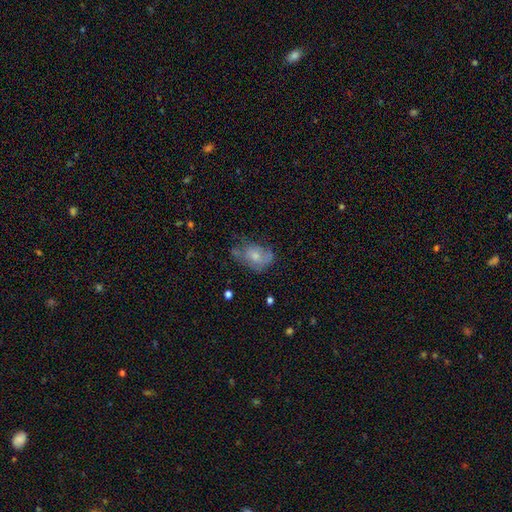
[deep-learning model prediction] This is possibly a smooth galaxy (51%). How rounded: likely in between (74%). Merging: marginally none (44%).